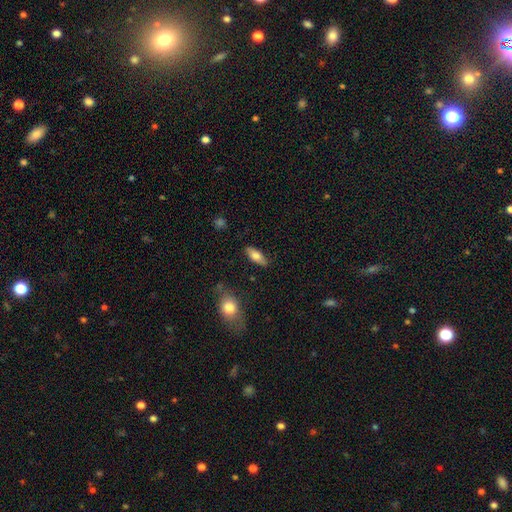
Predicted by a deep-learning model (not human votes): smooth 72%, featured or disk 22%, star or artifact 6%. Down the decision tree: how rounded — in between (77%); merging — none (84%).